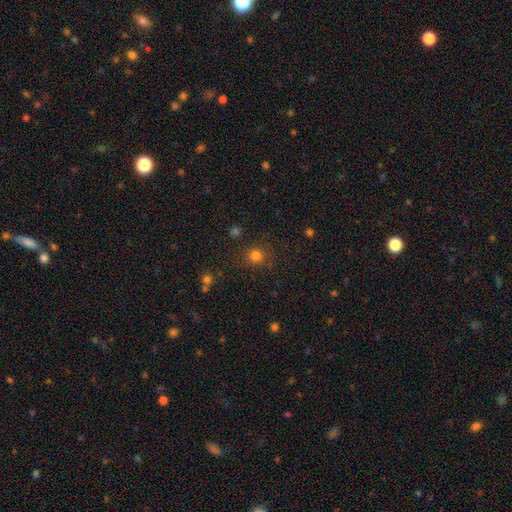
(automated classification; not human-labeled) Overall: smooth (80%). How rounded: round (90%). Merging: none (84%).